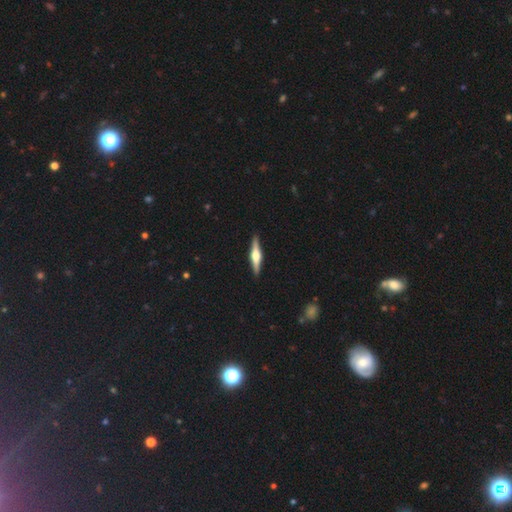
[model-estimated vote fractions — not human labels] featured or disk 74%, smooth 21%, star or artifact 5%. Down the decision tree: edge-on disk — yes (98%); edge-on bulge — rounded (90%); merging — none (92%).